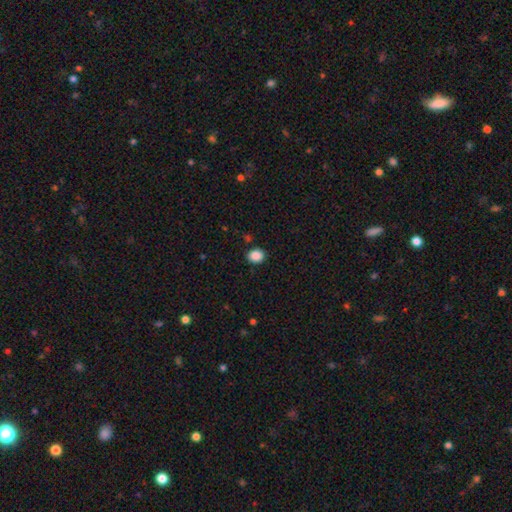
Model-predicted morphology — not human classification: The model was most divided on "how rounded": round: 65%, in between: 35%, cigar-shaped: 1%. More confident: merging — none (89%); smooth or featured — smooth (88%).